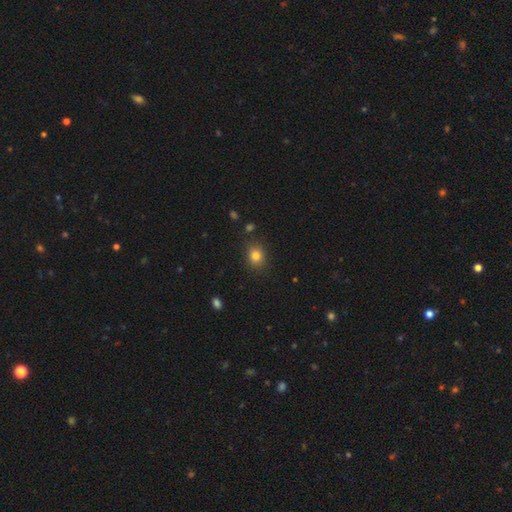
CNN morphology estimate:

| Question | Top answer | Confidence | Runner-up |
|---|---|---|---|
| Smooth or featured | smooth | 81% | star or artifact (12%) |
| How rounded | round | 64% | in between (35%) |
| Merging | none | 87% | minor disturbance (9%) |